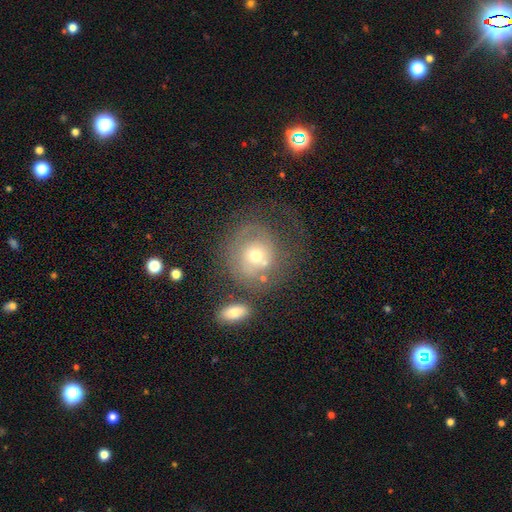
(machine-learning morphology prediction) This appears to be a featured or disk galaxy (50%). Merging: none (41%).